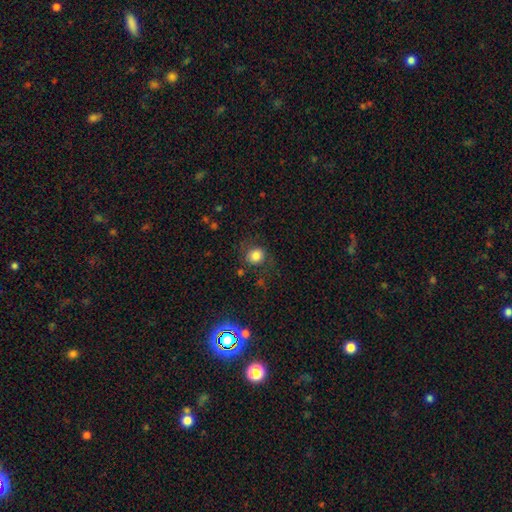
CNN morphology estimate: type=smooth (80%); roundness=round (81%); merging=none (75%).